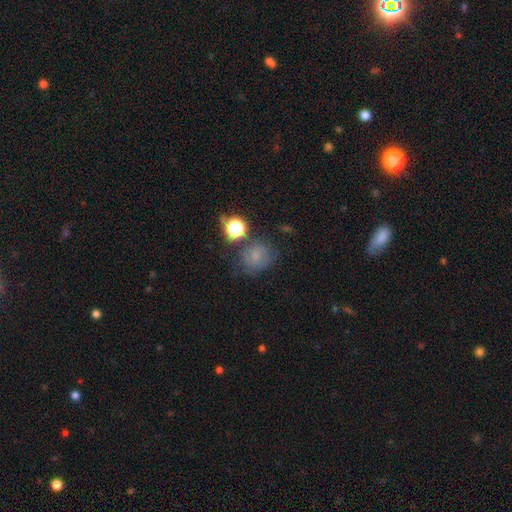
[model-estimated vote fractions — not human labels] Smooth or featured: smooth — 56% (star or artifact — 23%)
How rounded: round — 74% (in between — 25%)
Merging: none — 59% (minor disturbance — 20%)